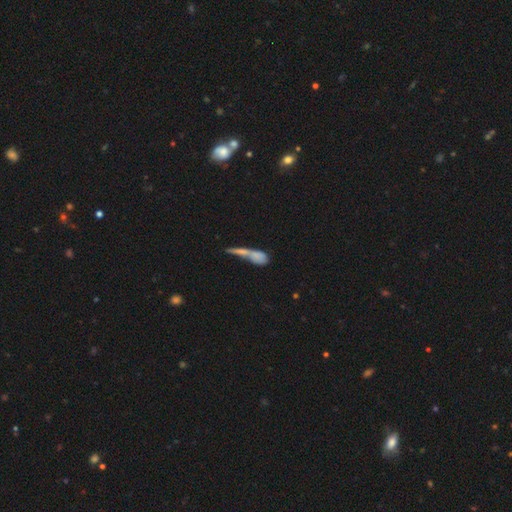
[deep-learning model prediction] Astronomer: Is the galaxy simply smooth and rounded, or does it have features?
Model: smooth — 65%.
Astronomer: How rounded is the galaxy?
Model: cigar-shaped — 53% (runner-up: in between, 38%).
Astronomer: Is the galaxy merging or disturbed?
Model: merger — 47% (runner-up: none, 27%).